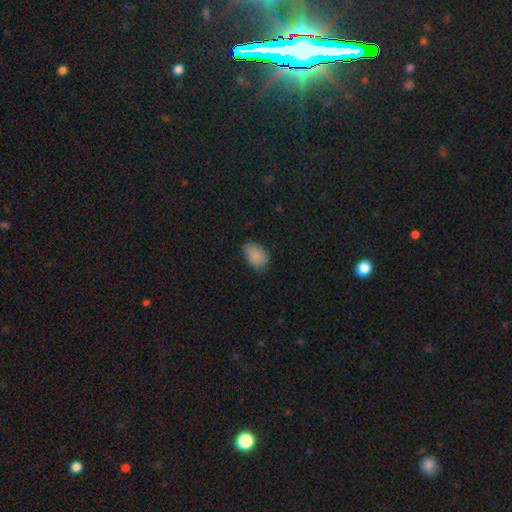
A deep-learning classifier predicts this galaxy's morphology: smooth-or-featured: smooth: 87% | star or artifact: 8% | featured or disk: 5%
  how-rounded: in between: 88% | round: 11% | cigar-shaped: 1%
  merging: none: 71% | minor disturbance: 24% | major disturbance: 4% | merger: 1%